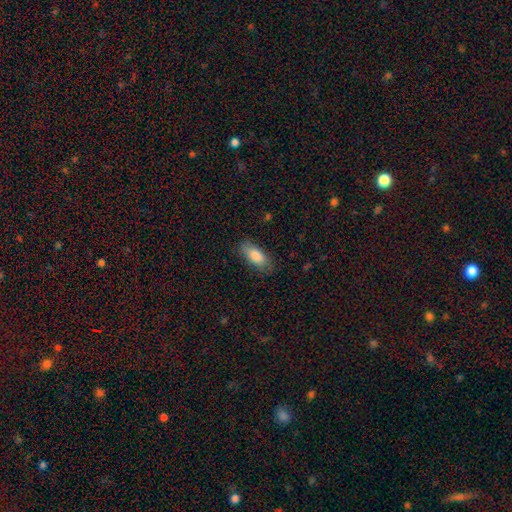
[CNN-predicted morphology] Q: Smooth or featured?
A: smooth (84%); runner-up: featured or disk (9%)
Q: How rounded?
A: in between (85%); runner-up: cigar-shaped (12%)
Q: Merging?
A: none (78%); runner-up: minor disturbance (17%)